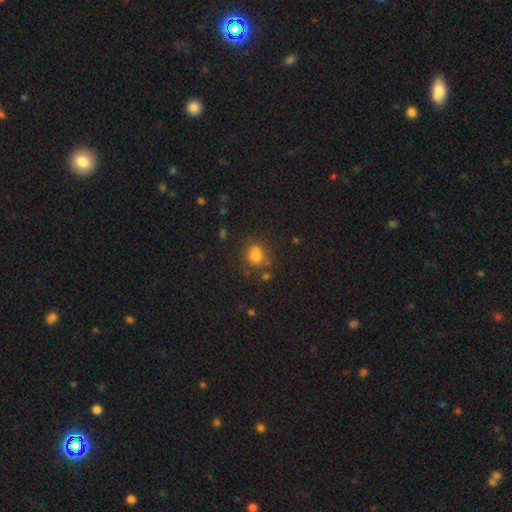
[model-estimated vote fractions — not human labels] smooth-or-featured: smooth: 72% | star or artifact: 16% | featured or disk: 12%
  how-rounded: round: 78% | in between: 21% | cigar-shaped: 1%
  merging: none: 59% | merger: 17% | minor disturbance: 17% | major disturbance: 7%